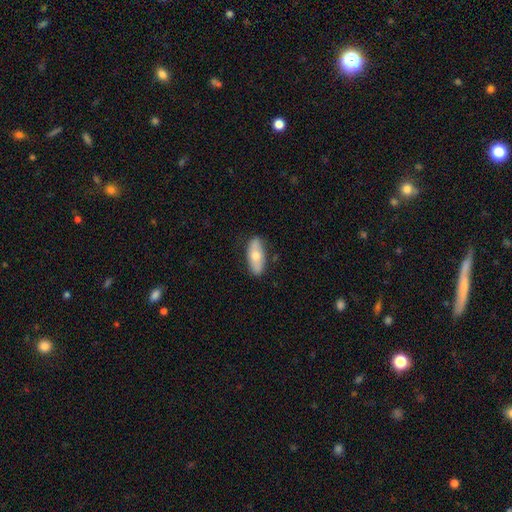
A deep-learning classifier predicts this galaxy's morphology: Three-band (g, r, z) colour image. It shows a smooth galaxy with no disk features (60%) that is in between round and cigar-shaped (75%). Merging: none (85%).